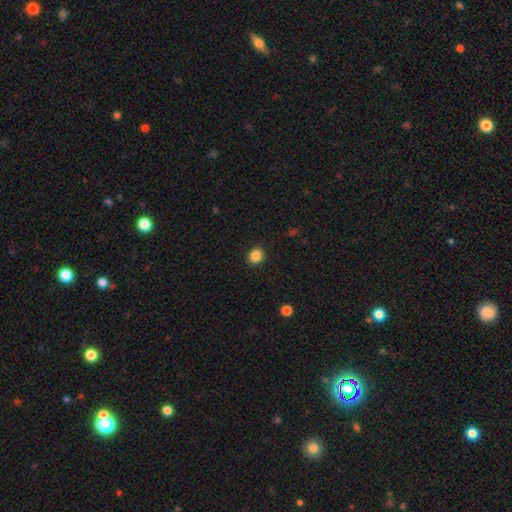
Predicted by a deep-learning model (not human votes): The model was most divided on "how rounded": round: 83%, in between: 16%, cigar-shaped: 1%. More confident: merging — none (91%); smooth or featured — smooth (86%).